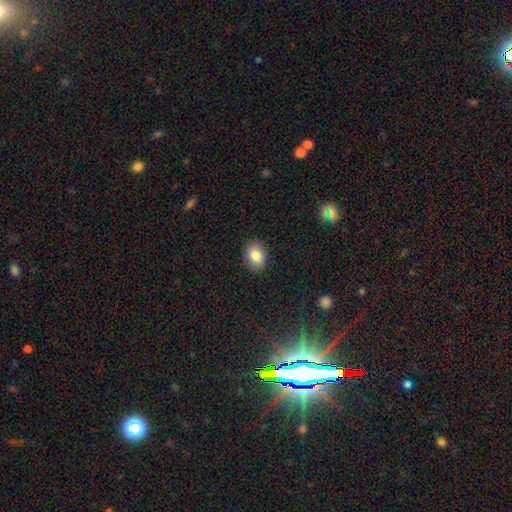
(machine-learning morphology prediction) Smooth or featured?
  - smooth: 85% *
  - star or artifact: 8%
  - featured or disk: 7%
How rounded?
  - in between: 73% *
  - round: 26%
  - cigar-shaped: 1%
Merging?
  - none: 89% *
  - minor disturbance: 8%
  - major disturbance: 2%
  - merger: 1%